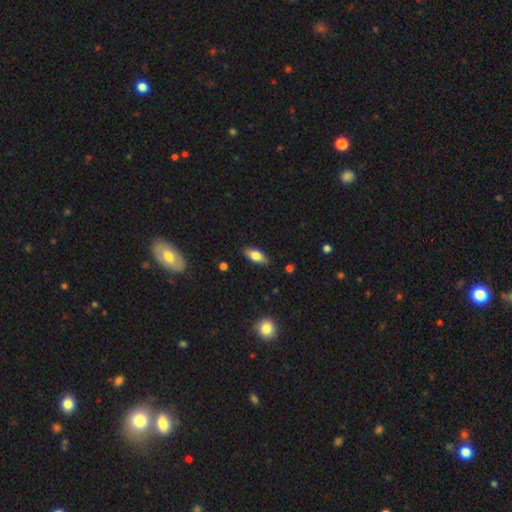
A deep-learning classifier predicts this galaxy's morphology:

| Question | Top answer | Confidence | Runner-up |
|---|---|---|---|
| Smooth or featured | smooth | 74% | featured or disk (19%) |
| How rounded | in between | 81% | cigar-shaped (15%) |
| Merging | none | 85% | minor disturbance (11%) |